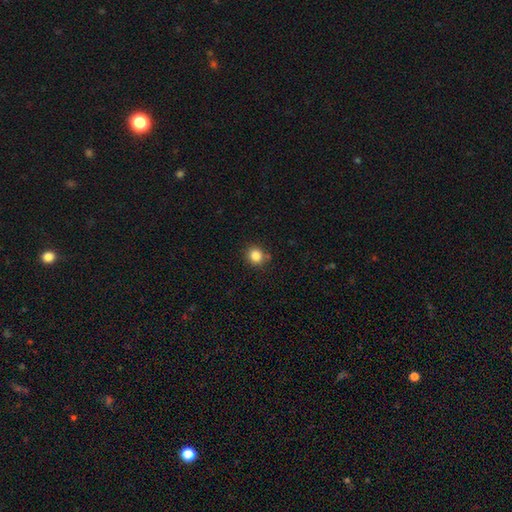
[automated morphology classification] Smooth or featured? smooth (84%)
How rounded? round (87%)
Merging? none (83%)